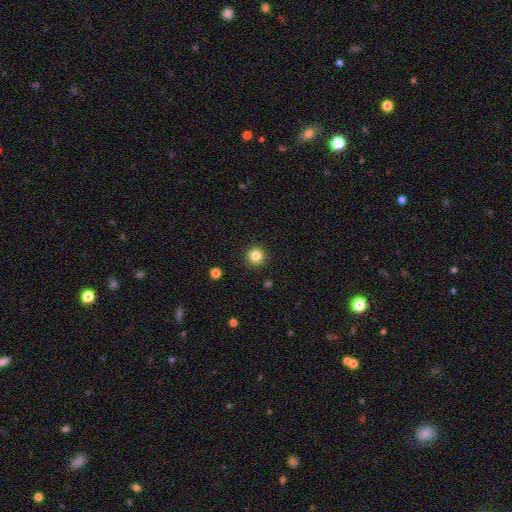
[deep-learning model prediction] smooth-or-featured: smooth: 83% | star or artifact: 12% | featured or disk: 6%
  how-rounded: round: 96% | in between: 4% | cigar-shaped: 1%
  merging: none: 92% | minor disturbance: 5% | major disturbance: 2% | merger: 1%